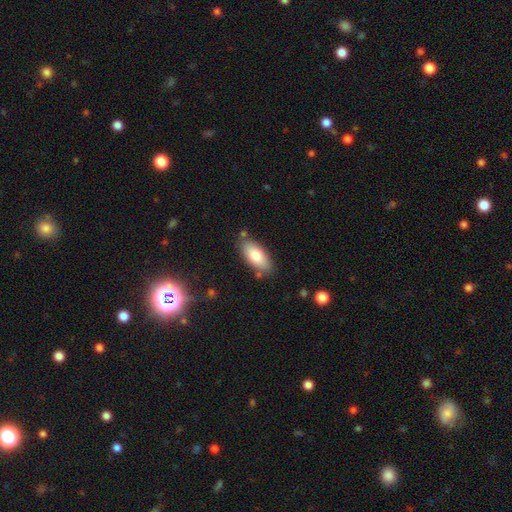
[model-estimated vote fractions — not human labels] A smooth galaxy with no disk features (78%) that is in between round and cigar-shaped (85%). Merging: none (80%).